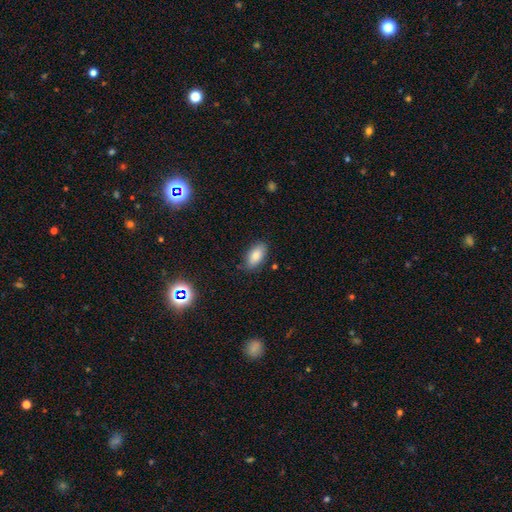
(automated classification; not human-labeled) Smooth or featured?
  - smooth: 84% *
  - featured or disk: 8%
  - star or artifact: 8%
How rounded?
  - in between: 93% *
  - cigar-shaped: 4%
  - round: 4%
Merging?
  - none: 82% *
  - minor disturbance: 14%
  - major disturbance: 3%
  - merger: 2%